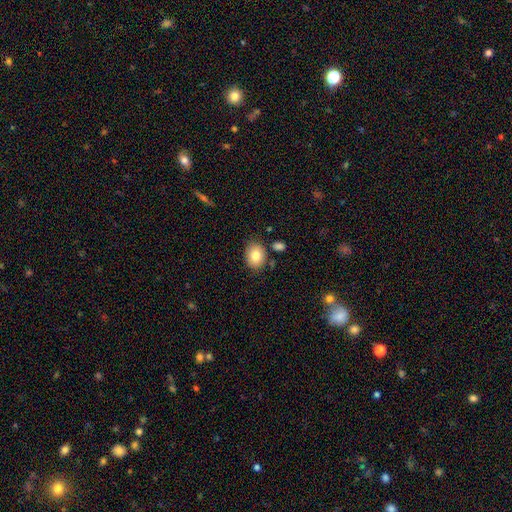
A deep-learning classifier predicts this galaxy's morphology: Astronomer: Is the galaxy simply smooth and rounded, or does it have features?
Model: smooth — 81%.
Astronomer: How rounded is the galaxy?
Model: in between — 55% (runner-up: round, 44%).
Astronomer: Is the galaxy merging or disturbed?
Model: none — 79%.